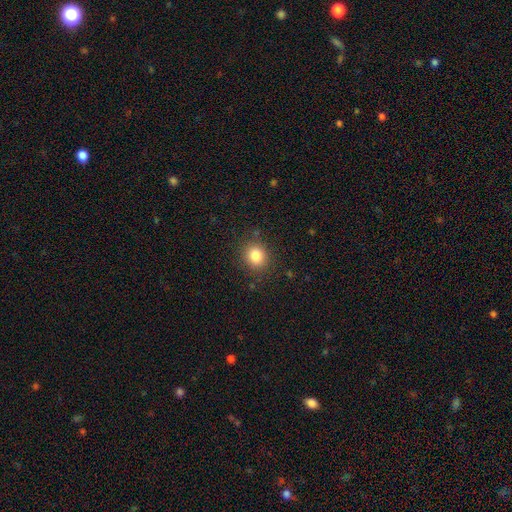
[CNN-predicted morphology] This appears to be a smooth galaxy with no disk features (83%) that is round (76%). Merging: none (86%).